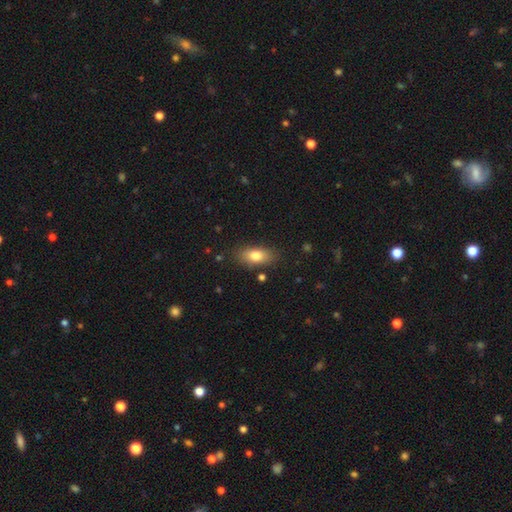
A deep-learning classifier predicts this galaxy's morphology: Q: Smooth or featured?
A: smooth (79%); runner-up: featured or disk (13%)
Q: How rounded?
A: in between (84%); runner-up: cigar-shaped (11%)
Q: Merging?
A: none (83%); runner-up: minor disturbance (12%)